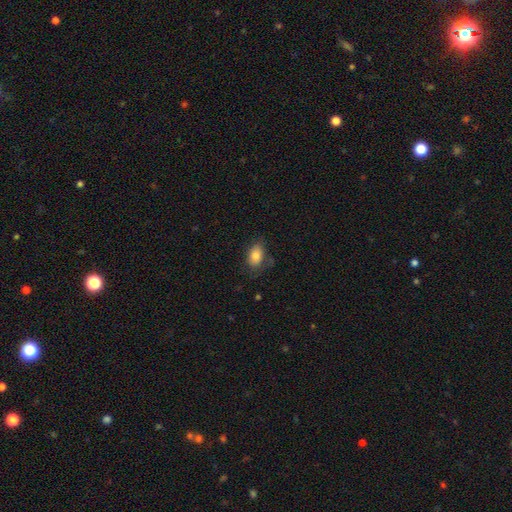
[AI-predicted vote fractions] This is clearly a smooth galaxy (81%). How rounded: clearly in between (86%). Merging: likely none (69%).